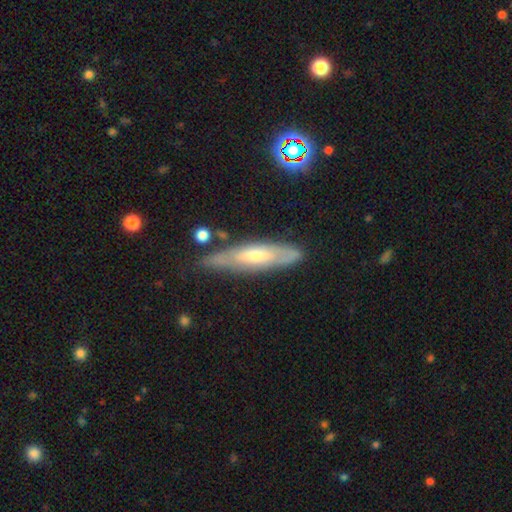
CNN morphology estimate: type=featured or disk (58%); edge-on=yes (60%); merging=none (72%).